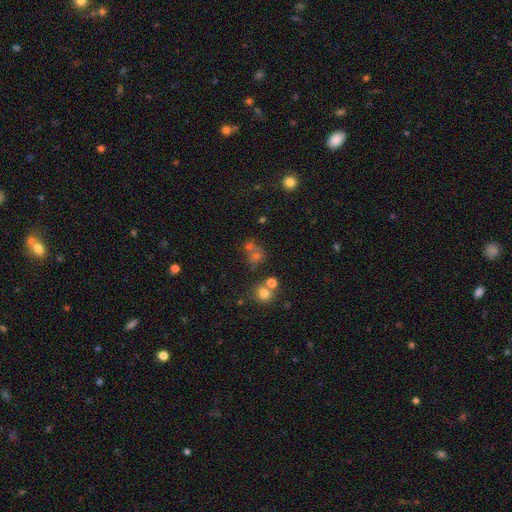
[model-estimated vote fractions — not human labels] This appears to be a smooth galaxy with no disk features (51%) that is round (74%). Merging: none (51%).